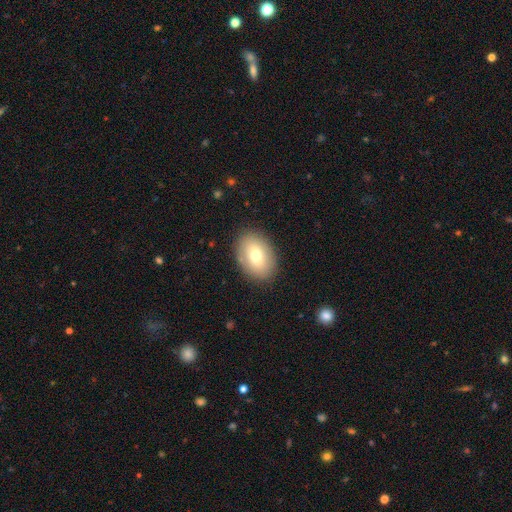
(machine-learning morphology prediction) A smooth galaxy with no disk features (72%) that is in between round and cigar-shaped (79%).

Vote fractions:
- Smooth or featured? smooth: 72% / featured or disk: 20% / star or artifact: 8%
- How rounded? in between: 79% / round: 20% / cigar-shaped: 1%
- Merging? none: 87% / minor disturbance: 9% / major disturbance: 3% / merger: 1%